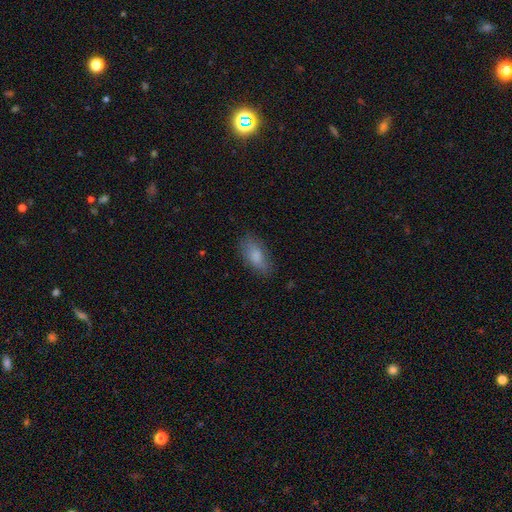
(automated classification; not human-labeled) This is clearly a smooth galaxy (81%). How rounded: clearly in between (84%). Merging: likely none (76%).